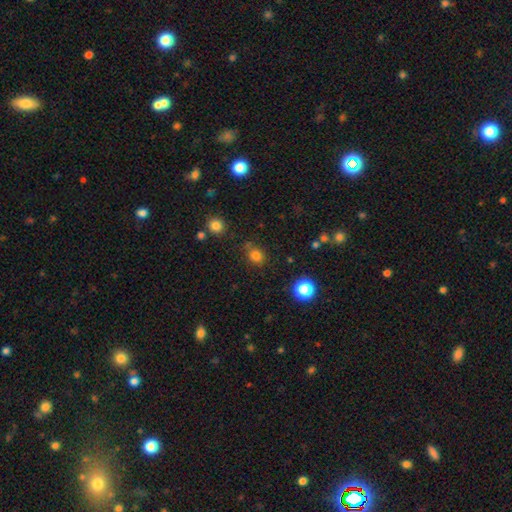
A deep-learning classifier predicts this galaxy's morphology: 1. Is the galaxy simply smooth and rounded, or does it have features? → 78% smooth, 16% star or artifact, 6% featured or disk.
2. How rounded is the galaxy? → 74% round, 25% in between, 1% cigar-shaped.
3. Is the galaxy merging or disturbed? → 75% none, 14% minor disturbance, 6% merger, 4% major disturbance.